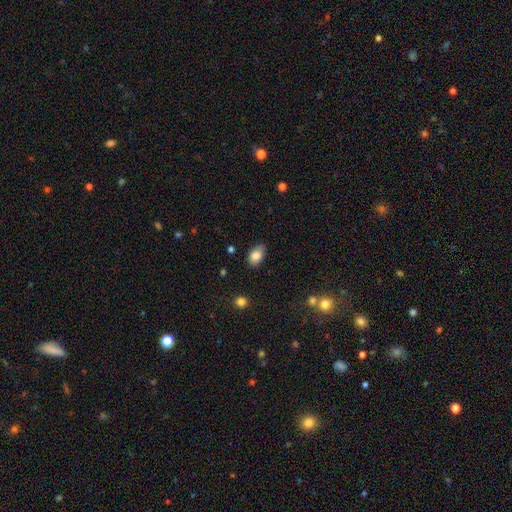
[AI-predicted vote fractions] smooth-or-featured: smooth: 83% | featured or disk: 9% | star or artifact: 8%
  how-rounded: in between: 88% | round: 10% | cigar-shaped: 2%
  merging: none: 72% | minor disturbance: 23% | major disturbance: 4% | merger: 2%